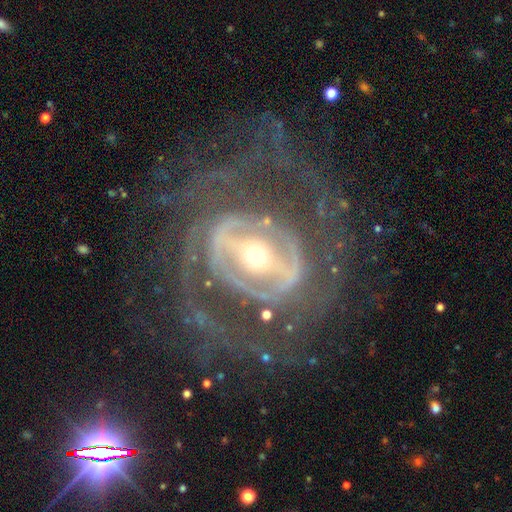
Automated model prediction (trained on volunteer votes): smooth-or-featured: featured or disk: 88% | smooth: 7% | star or artifact: 6%
  disk-edge-on: no: 96% | yes: 4%
    bar: strong: 62% | weak: 24% | no: 14%
    has-spiral-arms: yes: 79% | no: 21%
      spiral-winding: medium: 40% | tight: 36% | loose: 24%
      spiral-arm-count: 2: 64% | can't tell: 16% | 3: 7% | 1: 6% | 4: 4% | more than 4: 4%
    bulge-size: moderate: 63% | small: 29% | large: 6% | dominant: 1% | none: 1%
  merging: none: 58% | major disturbance: 24% | minor disturbance: 15% | merger: 3%